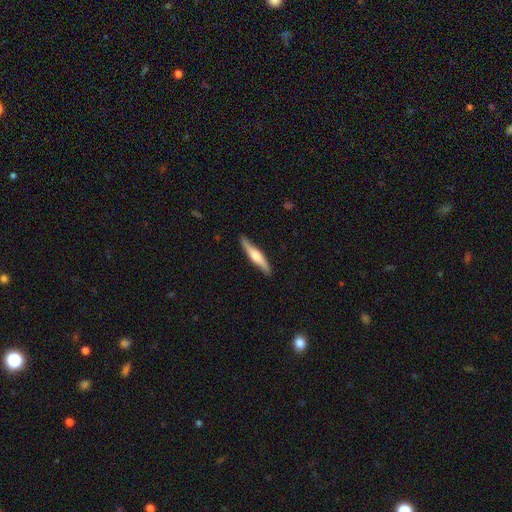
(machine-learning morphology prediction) Smooth or featured? Predicted: featured or disk (p=0.54). Edge-on disk? Predicted: yes (p=0.92). Edge-on bulge? Predicted: rounded (p=0.81). Merging? Predicted: none (p=0.87).